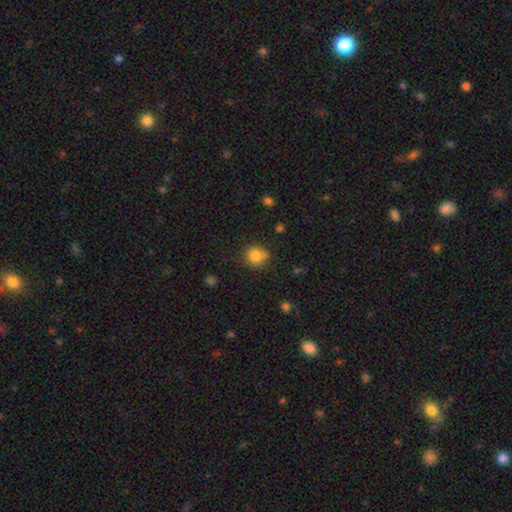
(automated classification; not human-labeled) smooth_or_featured: smooth (p=0.82) [alt: star or artifact p=0.11]
how_rounded: round (p=0.85) [alt: in between p=0.14]
merging: none (p=0.69) [alt: minor disturbance p=0.18]